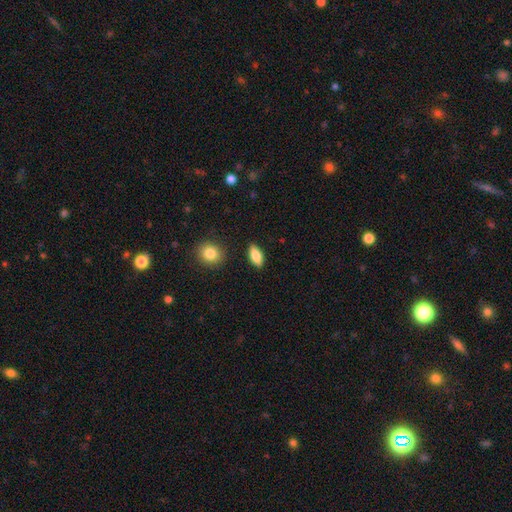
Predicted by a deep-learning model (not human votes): smooth-or-featured: smooth: 81% | featured or disk: 12% | star or artifact: 7%
  how-rounded: in between: 84% | cigar-shaped: 12% | round: 4%
  merging: none: 87% | minor disturbance: 9% | major disturbance: 2% | merger: 2%